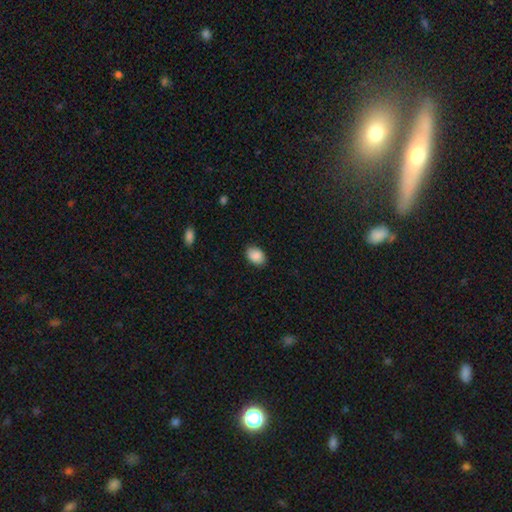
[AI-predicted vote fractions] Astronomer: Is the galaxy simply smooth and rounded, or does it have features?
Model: smooth — 90%.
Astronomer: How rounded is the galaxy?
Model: in between — 81%.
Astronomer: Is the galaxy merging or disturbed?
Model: none — 87%.